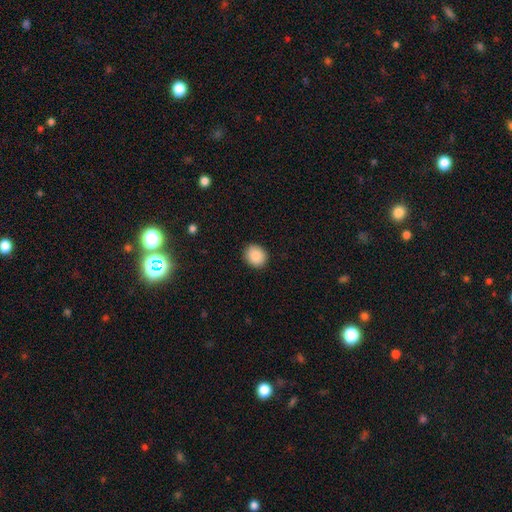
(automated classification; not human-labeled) Smooth or featured? smooth (89%)
How rounded? round (76%)
Merging? none (90%)